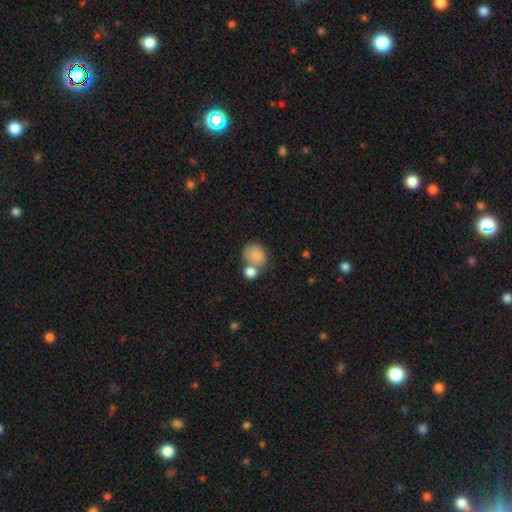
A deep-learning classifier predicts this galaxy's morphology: type=smooth (83%); roundness=round (64%); merging=merger (41%).